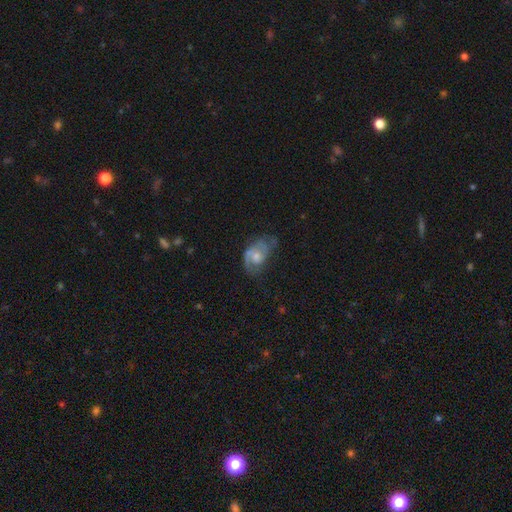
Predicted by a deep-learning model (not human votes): smooth-or-featured: featured or disk: 70% | smooth: 24% | star or artifact: 7%
  disk-edge-on: no: 96% | yes: 4%
    bar: no: 65% | weak: 31% | strong: 4%
    has-spiral-arms: yes: 88% | no: 12%
      spiral-winding: medium: 47% | tight: 28% | loose: 25%
      spiral-arm-count: 2: 64% | 1: 16% | can't tell: 13% | 3: 4% | 4: 1% | more than 4: 1%
    bulge-size: moderate: 48% | small: 35% | none: 8% | large: 8% | dominant: 1%
  merging: none: 49% | minor disturbance: 27% | major disturbance: 22% | merger: 2%